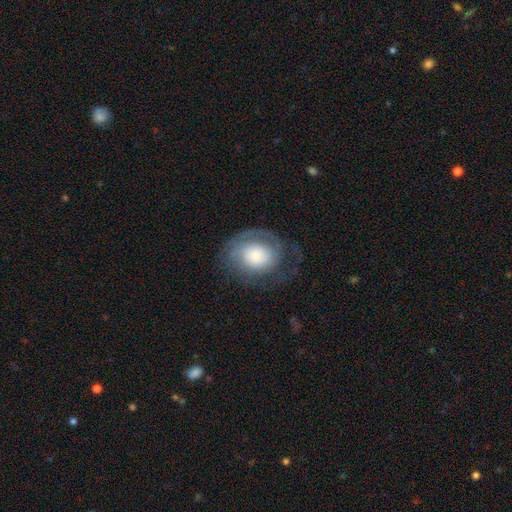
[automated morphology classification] A featured or disk galaxy (51%).

Vote fractions:
- Smooth or featured? featured or disk: 51% / smooth: 41% / star or artifact: 8%
- Edge-on disk? no: 97% / yes: 3%
- Merging? none: 52% / major disturbance: 24% / minor disturbance: 22% / merger: 1%